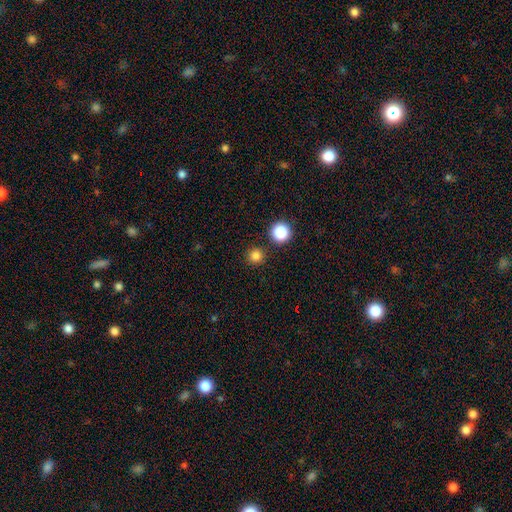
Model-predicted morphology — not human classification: A smooth galaxy with no disk features (80%) that is round (95%). Merging: none (88%).